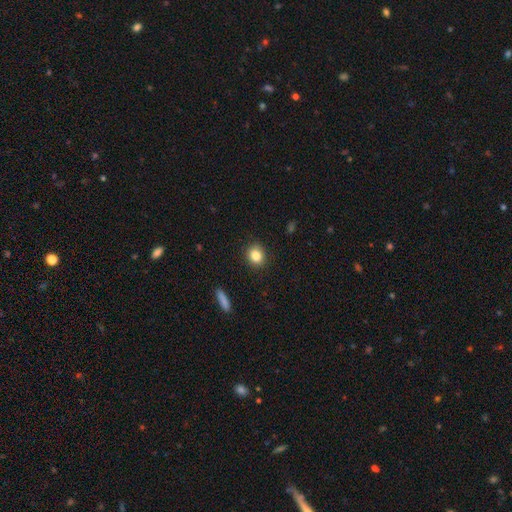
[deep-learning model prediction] smooth 84%, star or artifact 9%, featured or disk 6%. Down the decision tree: how rounded — round (70%); merging — none (90%).